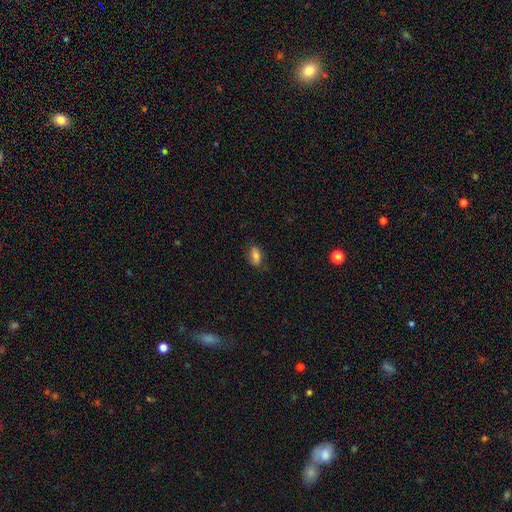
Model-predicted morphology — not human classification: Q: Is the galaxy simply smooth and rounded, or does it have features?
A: smooth — 75%.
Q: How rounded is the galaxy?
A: in between — 88%.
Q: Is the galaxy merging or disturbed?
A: none — 73%.